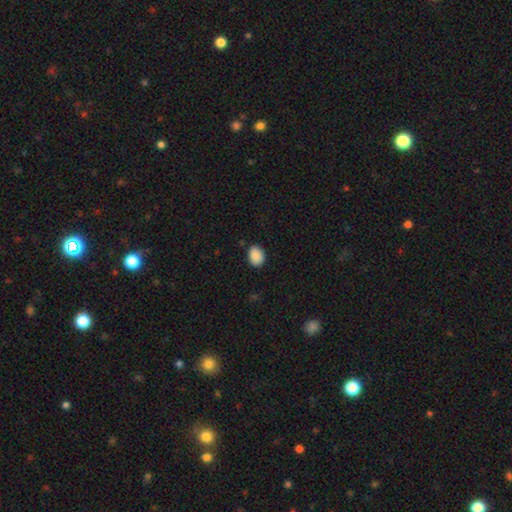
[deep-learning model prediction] This appears to be a smooth galaxy with no disk features (89%) that is in between round and cigar-shaped (69%). Merging: none (85%).